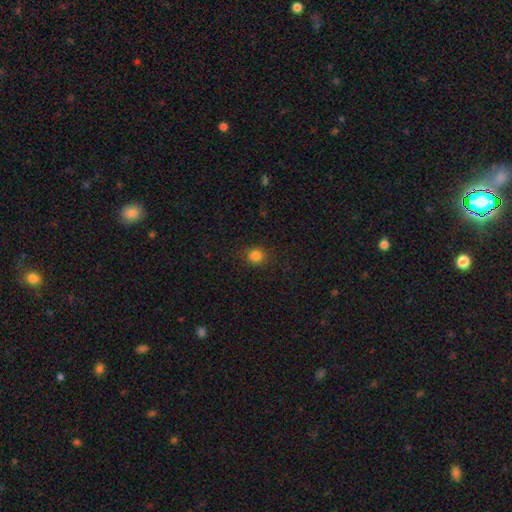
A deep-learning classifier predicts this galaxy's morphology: This appears to be a smooth galaxy with no disk features (84%) that is round (82%). Merging: none (88%).